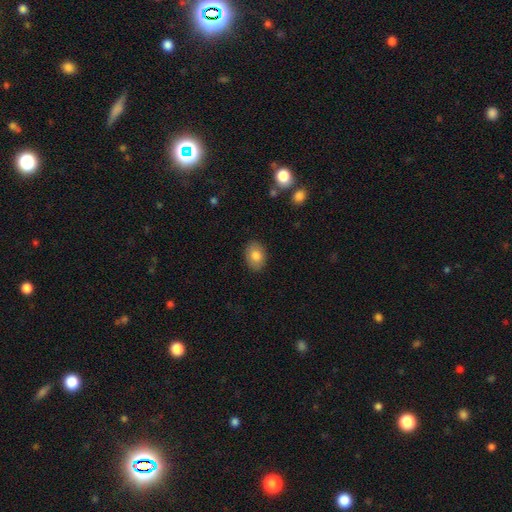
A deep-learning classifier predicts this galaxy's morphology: smooth_or_featured: smooth (p=0.80) [alt: featured or disk p=0.12]
how_rounded: in between (p=0.78) [alt: round p=0.21]
merging: none (p=0.88) [alt: minor disturbance p=0.09]